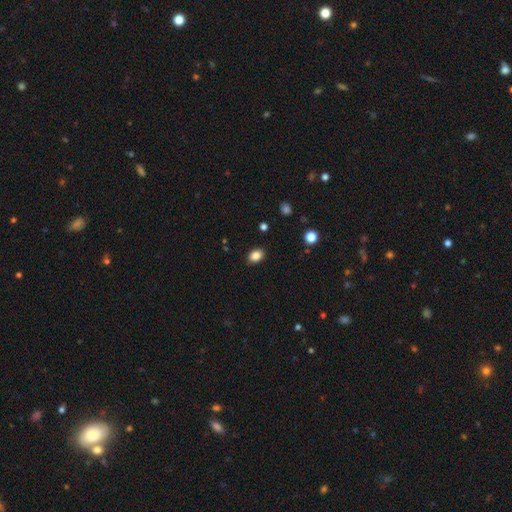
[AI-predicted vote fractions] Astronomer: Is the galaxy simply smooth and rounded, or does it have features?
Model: smooth — 86%.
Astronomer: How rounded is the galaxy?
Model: in between — 75%.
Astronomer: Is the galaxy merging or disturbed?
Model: none — 88%.